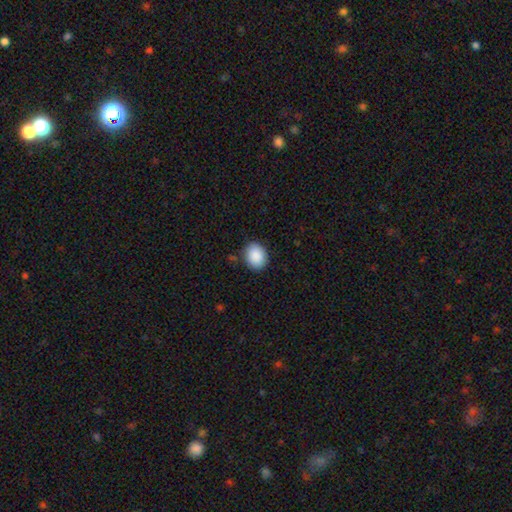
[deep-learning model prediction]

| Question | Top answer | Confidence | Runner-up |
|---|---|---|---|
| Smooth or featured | smooth | 90% | star or artifact (7%) |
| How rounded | in between | 51% | round (48%) |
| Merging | none | 87% | minor disturbance (9%) |